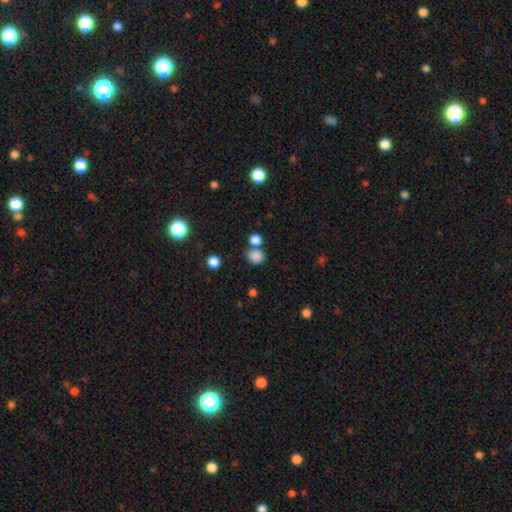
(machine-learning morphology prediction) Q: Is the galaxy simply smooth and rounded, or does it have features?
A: smooth — 83%.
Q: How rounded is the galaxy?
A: round — 72%.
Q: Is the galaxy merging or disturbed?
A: none — 60%.